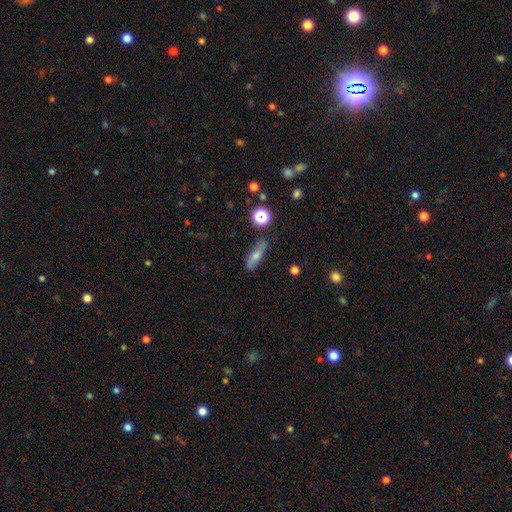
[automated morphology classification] smooth 53%, featured or disk 34%, star or artifact 13%. Down the decision tree: how rounded — cigar-shaped (51%); merging — none (80%).